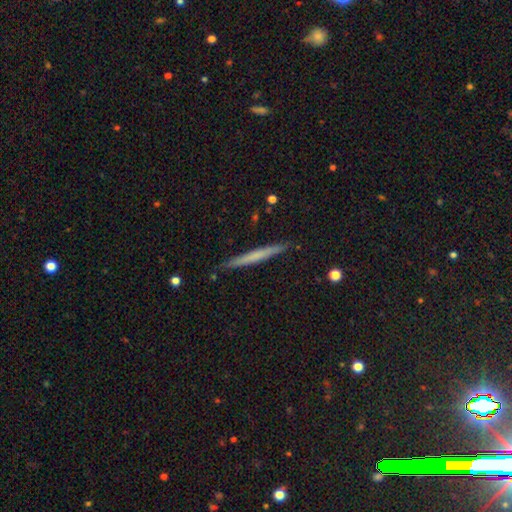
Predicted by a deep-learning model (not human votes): A smooth galaxy with no disk features (52%) that is cigar-shaped (97%).

Vote fractions:
- Smooth or featured? smooth: 52% / featured or disk: 43% / star or artifact: 6%
- How rounded? cigar-shaped: 97% / in between: 2% / round: 1%
- Merging? none: 91% / minor disturbance: 7% / major disturbance: 1% / merger: 1%